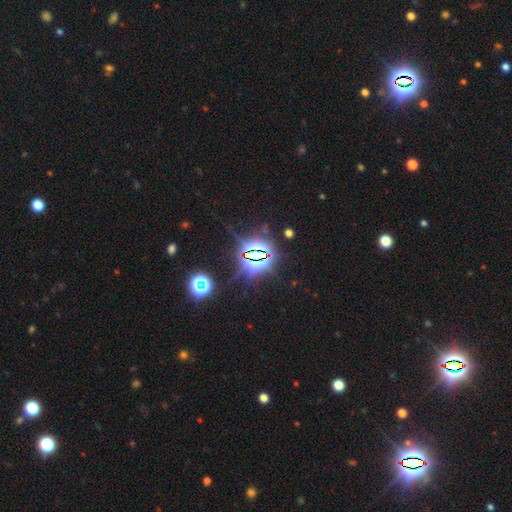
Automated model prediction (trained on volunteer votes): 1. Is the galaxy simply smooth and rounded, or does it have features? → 82% star or artifact, 9% featured or disk, 9% smooth.